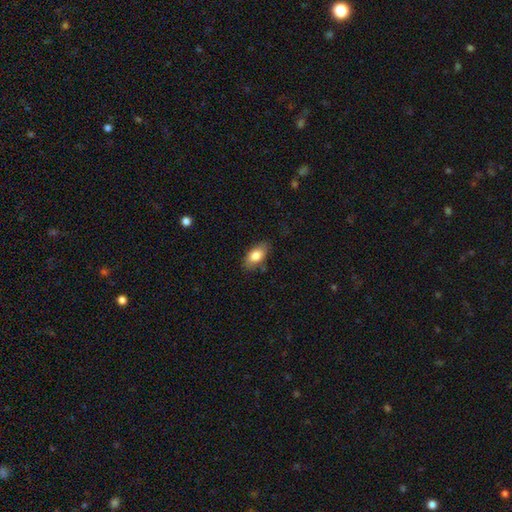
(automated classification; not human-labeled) Smooth or featured? smooth (81%)
How rounded? in between (91%)
Merging? none (79%)